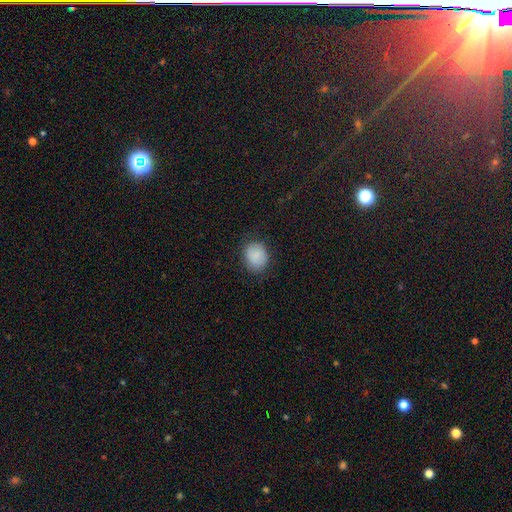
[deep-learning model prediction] Q: Smooth or featured?
A: smooth (86%); runner-up: star or artifact (8%)
Q: How rounded?
A: round (61%); runner-up: in between (38%)
Q: Merging?
A: none (82%); runner-up: minor disturbance (14%)